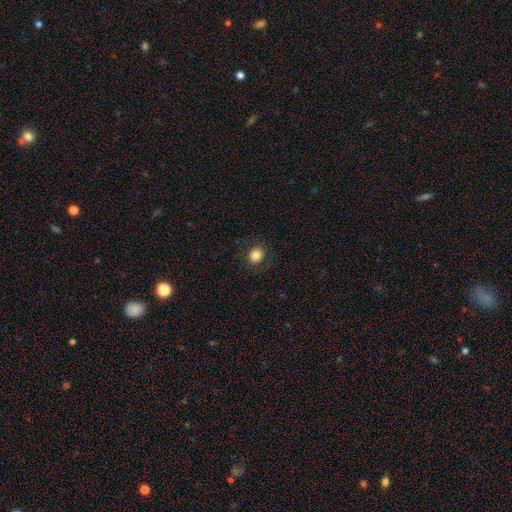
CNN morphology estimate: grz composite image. It shows a smooth galaxy with no disk features (82%) that is round (81%). Merging: none (88%).